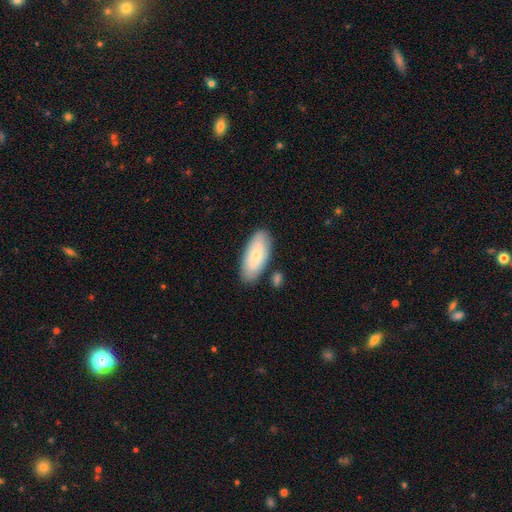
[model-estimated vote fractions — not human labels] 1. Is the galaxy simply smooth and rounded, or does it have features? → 71% smooth, 23% featured or disk, 6% star or artifact.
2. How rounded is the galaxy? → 88% in between, 9% cigar-shaped, 2% round.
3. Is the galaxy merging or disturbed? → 79% none, 14% minor disturbance, 5% merger, 3% major disturbance.